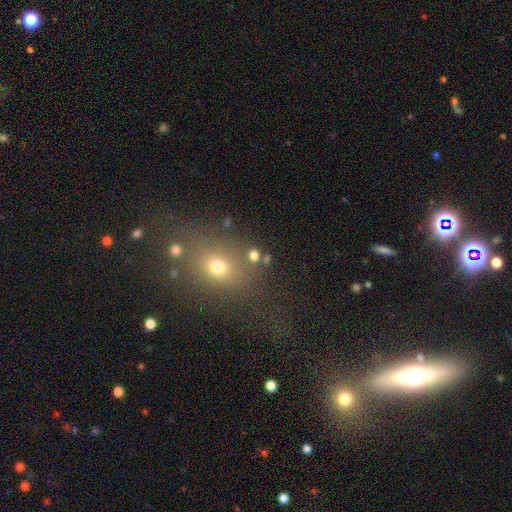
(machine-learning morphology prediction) Smooth or featured? Predicted: smooth (p=0.61). How rounded? Predicted: in between (p=0.51). Merging? Predicted: none (p=0.64).